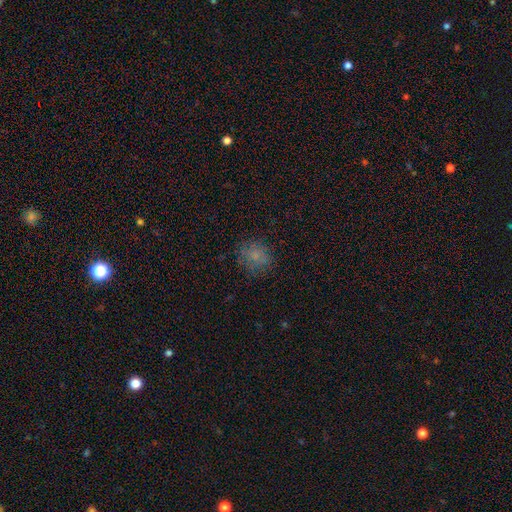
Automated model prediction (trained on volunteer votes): A smooth galaxy with no disk features (76%) that is round (74%).

Vote fractions:
- Smooth or featured? smooth: 76% / star or artifact: 15% / featured or disk: 10%
- How rounded? round: 74% / in between: 25% / cigar-shaped: 1%
- Merging? none: 78% / minor disturbance: 15% / major disturbance: 5% / merger: 1%